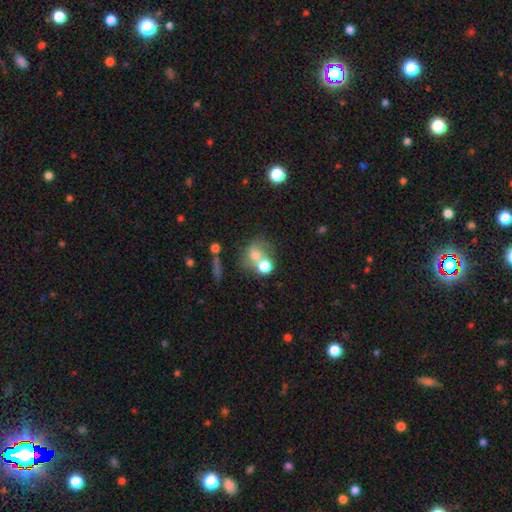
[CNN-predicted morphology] type=smooth (58%); roundness=round (66%); merging=merger (50%).